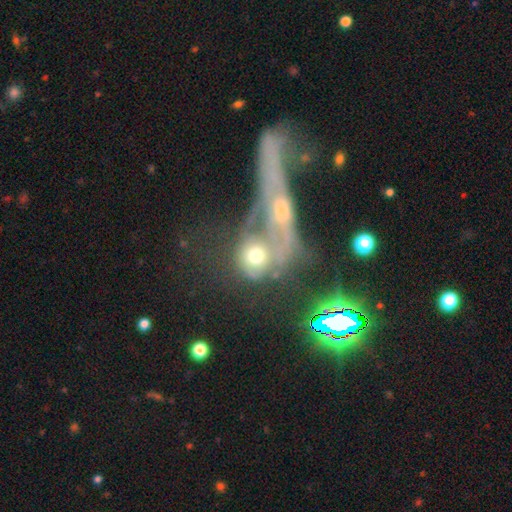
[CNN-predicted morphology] smooth_or_featured: smooth (p=0.44) [alt: featured or disk p=0.41]
merging: merger (p=0.57) [alt: none p=0.18]